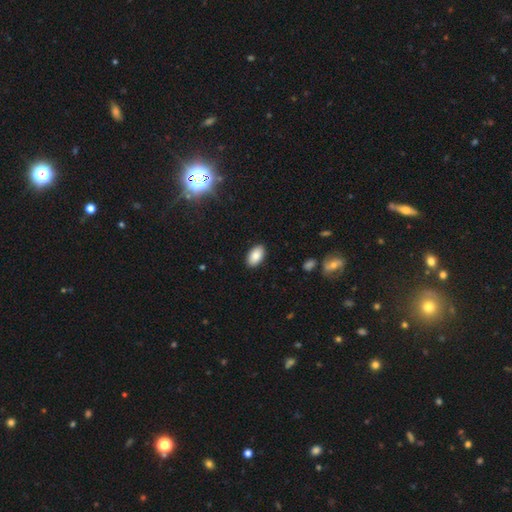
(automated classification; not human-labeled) Smooth or featured?
  - smooth: 86% *
  - star or artifact: 8%
  - featured or disk: 7%
How rounded?
  - in between: 94% *
  - round: 4%
  - cigar-shaped: 1%
Merging?
  - none: 89% *
  - minor disturbance: 8%
  - major disturbance: 2%
  - merger: 1%